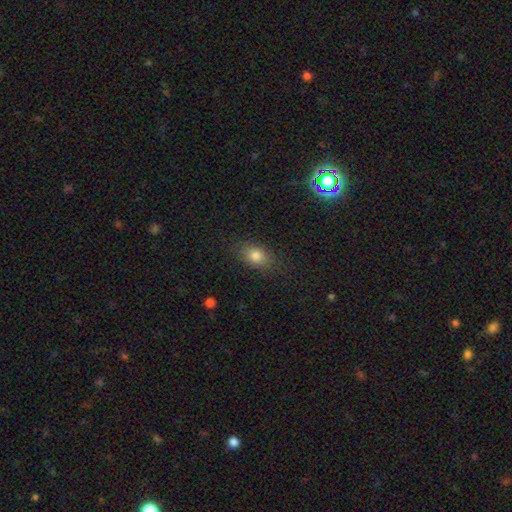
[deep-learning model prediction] Smooth or featured?
  - smooth: 79% *
  - star or artifact: 10%
  - featured or disk: 10%
How rounded?
  - in between: 78% *
  - round: 19%
  - cigar-shaped: 3%
Merging?
  - none: 81% *
  - minor disturbance: 14%
  - major disturbance: 4%
  - merger: 1%